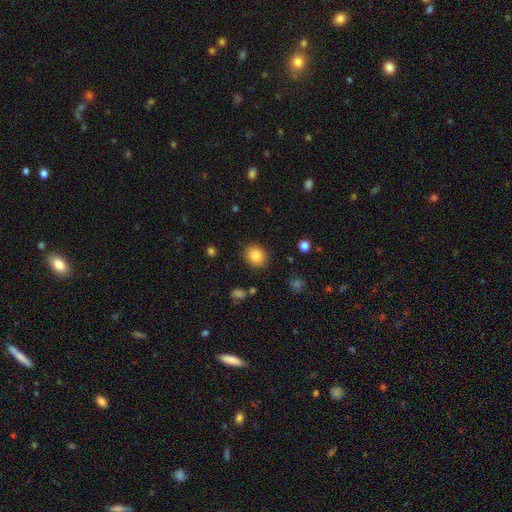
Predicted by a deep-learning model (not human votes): smooth 85%, star or artifact 10%, featured or disk 6%. Down the decision tree: how rounded — round (72%); merging — none (88%).